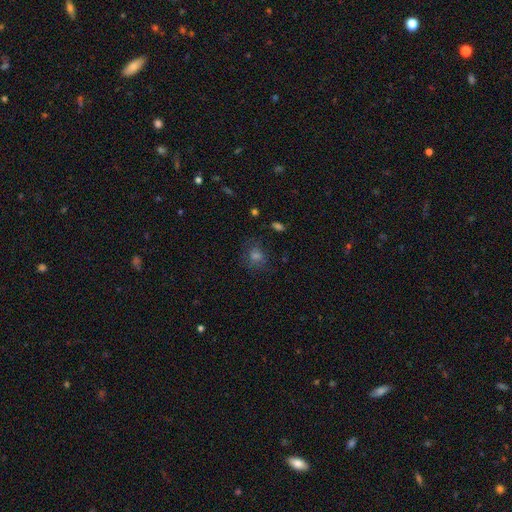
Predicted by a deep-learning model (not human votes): This is possibly a smooth galaxy (52%). How rounded: likely round (73%). Merging: likely none (71%).